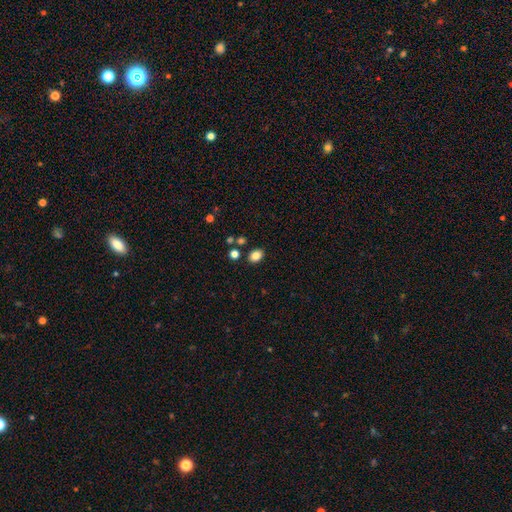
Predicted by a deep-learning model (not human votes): smooth-or-featured: smooth: 84% | star or artifact: 11% | featured or disk: 6%
  how-rounded: in between: 68% | round: 31% | cigar-shaped: 1%
  merging: none: 83% | minor disturbance: 9% | merger: 5% | major disturbance: 3%